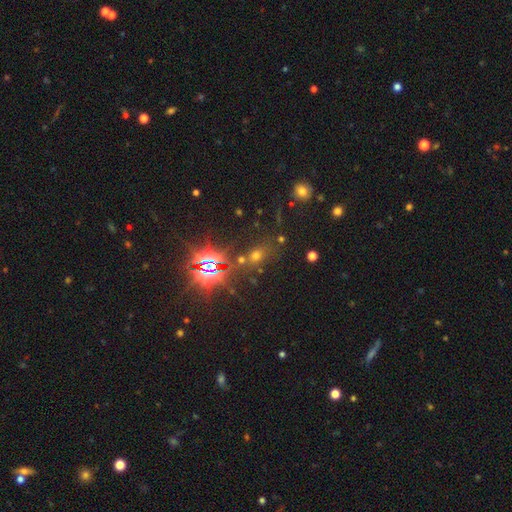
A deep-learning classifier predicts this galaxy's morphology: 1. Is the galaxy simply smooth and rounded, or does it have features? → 52% star or artifact, 37% smooth, 11% featured or disk.